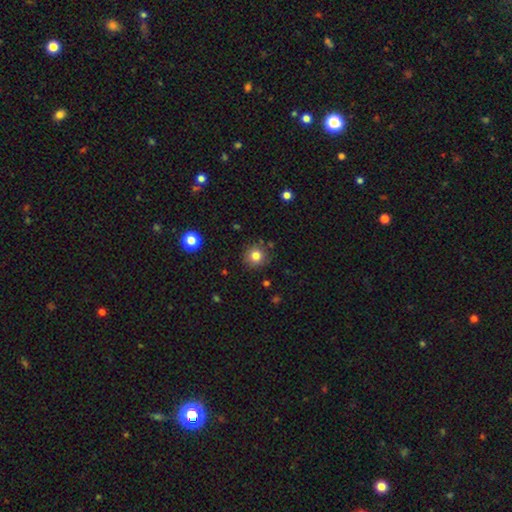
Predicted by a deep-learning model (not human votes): Morphology: type=smooth (81%); roundness=round (92%); merging=none (86%).